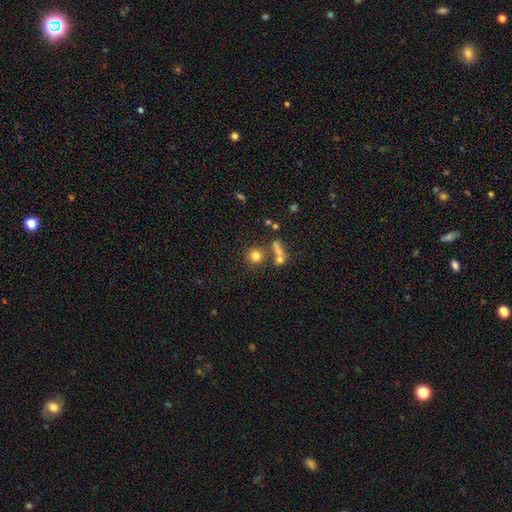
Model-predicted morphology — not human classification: smooth 77%, star or artifact 13%, featured or disk 10%. Down the decision tree: how rounded — round (90%); merging — none (68%).